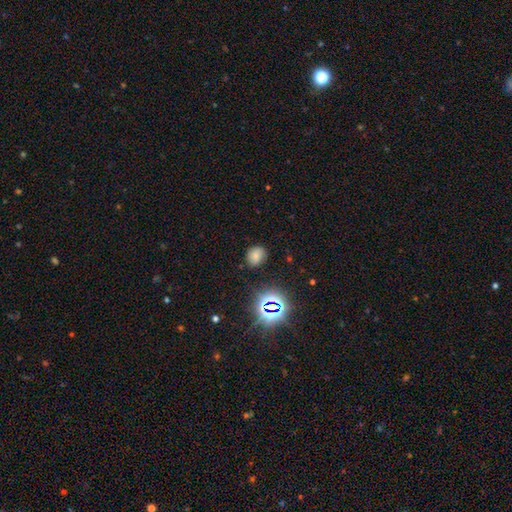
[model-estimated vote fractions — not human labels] This appears to be a smooth galaxy with no disk features (68%) that is round (52%). Merging: none (77%).